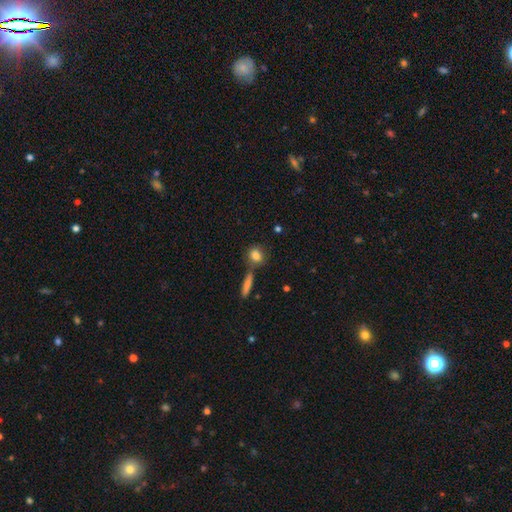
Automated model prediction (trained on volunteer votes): A smooth galaxy with no disk features (82%) that is round (50%). Merging: none (66%).